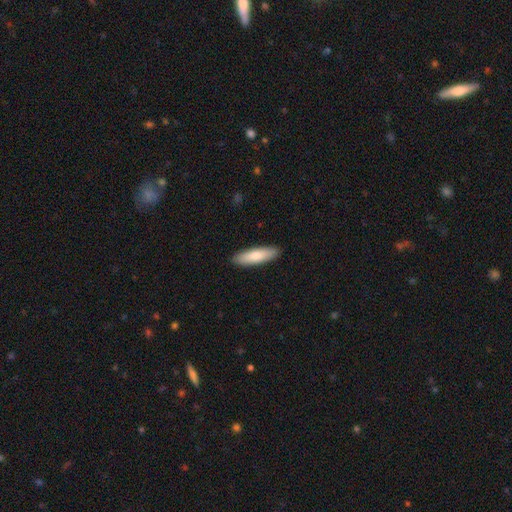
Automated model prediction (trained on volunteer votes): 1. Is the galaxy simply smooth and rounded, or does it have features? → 82% smooth, 13% featured or disk, 5% star or artifact.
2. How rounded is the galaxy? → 66% cigar-shaped, 33% in between, 1% round.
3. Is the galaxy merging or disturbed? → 90% none, 7% minor disturbance, 1% major disturbance, 1% merger.